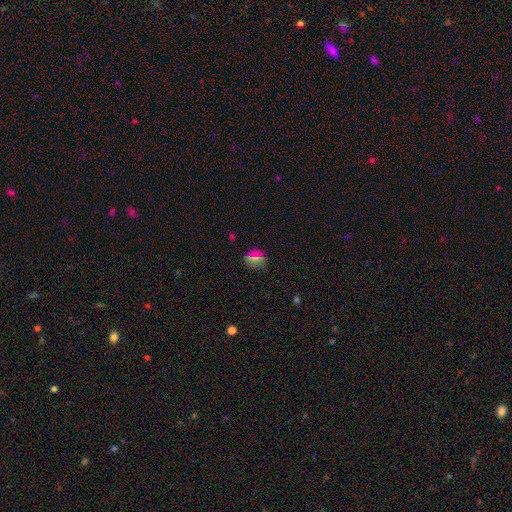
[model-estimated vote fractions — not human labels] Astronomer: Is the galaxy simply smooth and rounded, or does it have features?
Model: smooth — 67%.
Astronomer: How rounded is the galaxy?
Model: round — 77%.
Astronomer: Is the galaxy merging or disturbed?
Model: none — 83%.